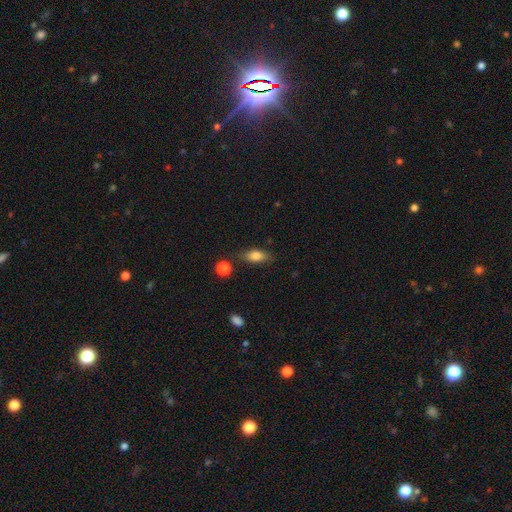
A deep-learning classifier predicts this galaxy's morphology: smooth-or-featured: smooth: 79% | featured or disk: 13% | star or artifact: 8%
  how-rounded: in between: 79% | cigar-shaped: 15% | round: 7%
  merging: none: 77% | minor disturbance: 15% | major disturbance: 4% | merger: 4%